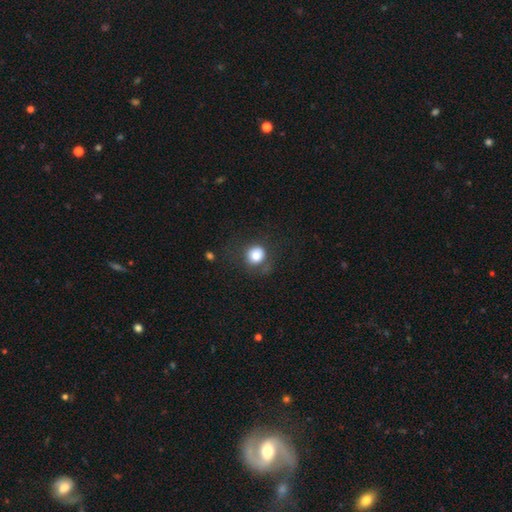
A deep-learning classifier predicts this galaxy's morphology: smooth 81%, star or artifact 10%, featured or disk 8%. Down the decision tree: how rounded — round (83%); merging — none (67%).